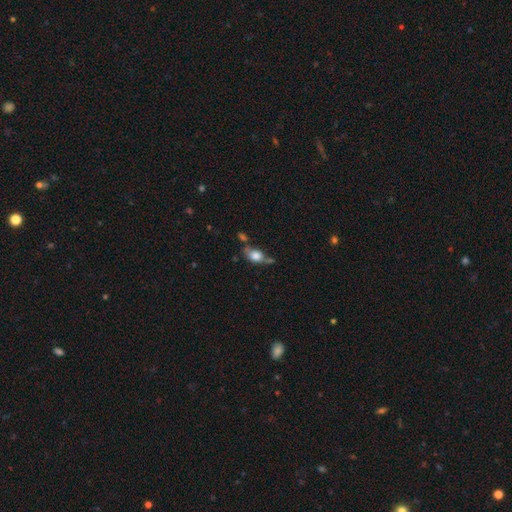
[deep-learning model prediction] smooth_or_featured: smooth (p=0.70) [alt: featured or disk p=0.21]
how_rounded: in between (p=0.72) [alt: round p=0.23]
merging: none (p=0.42) [alt: minor disturbance p=0.24]